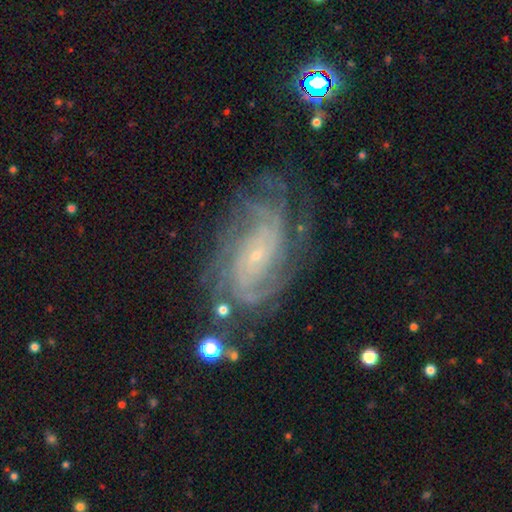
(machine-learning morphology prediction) Smooth or featured?
  - featured or disk: 84% *
  - star or artifact: 9%
  - smooth: 7%
Edge-on disk?
  - no: 95% *
  - yes: 5%
Bar?
  - no: 69% *
  - weak: 23%
  - strong: 8%
Spiral arms?
  - yes: 97% *
  - no: 3%
Spiral winding?
  - tight: 65% *
  - medium: 28%
  - loose: 7%
Spiral arm count?
  - can't tell: 31% *
  - 4: 20%
  - more than 4: 15%
  - 3: 14%
  - 2: 14%
  - 1: 7%
Bulge size?
  - small: 86% *
  - moderate: 8%
  - none: 3%
  - large: 1%
  - dominant: 1%
Merging?
  - none: 74% *
  - minor disturbance: 16%
  - major disturbance: 7%
  - merger: 2%